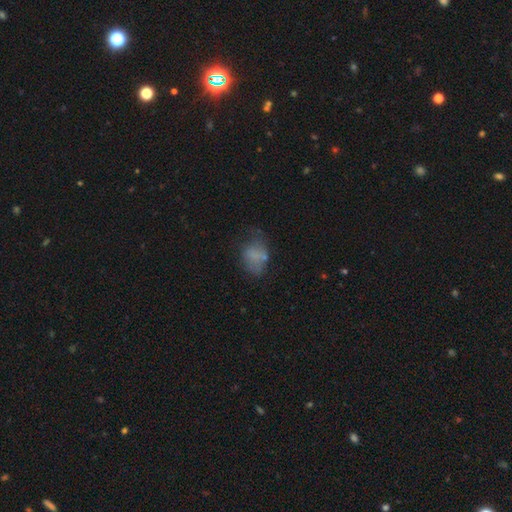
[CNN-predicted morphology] This is likely a smooth galaxy (63%). How rounded: likely in between (76%). Merging: marginally none (40%).